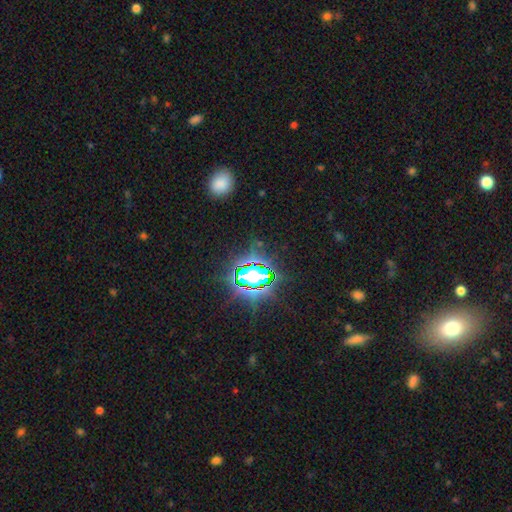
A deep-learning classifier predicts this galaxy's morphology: Smooth or featured? Predicted: star or artifact (p=0.79).